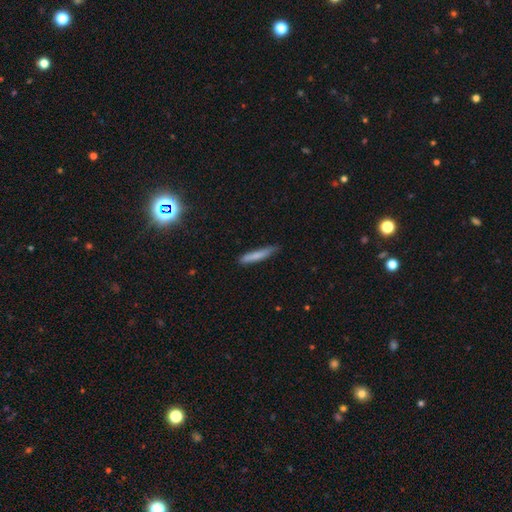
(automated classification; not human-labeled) Overall: smooth (77%). How rounded: cigar-shaped (92%). Merging: none (78%).